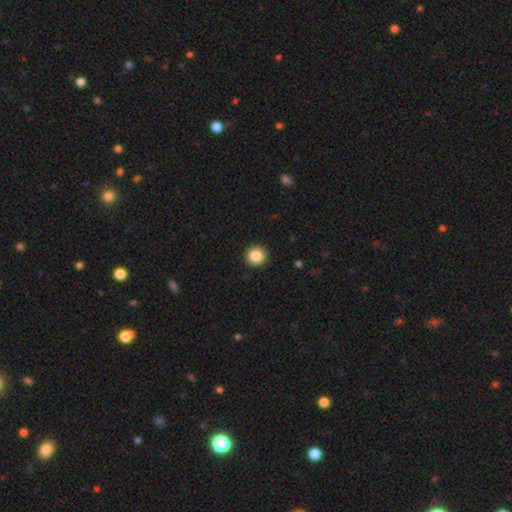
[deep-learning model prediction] smooth_or_featured: smooth (p=0.85) [alt: star or artifact p=0.09]
how_rounded: round (p=0.94) [alt: in between p=0.05]
merging: none (p=0.93) [alt: minor disturbance p=0.05]